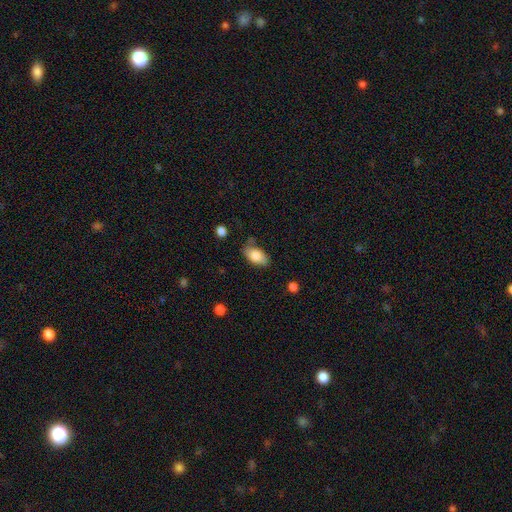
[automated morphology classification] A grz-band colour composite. It shows a smooth galaxy with no disk features (82%) that is in between round and cigar-shaped (93%). Merging: none (68%).